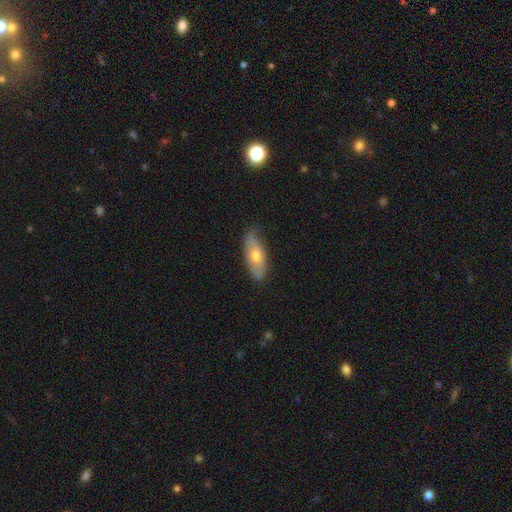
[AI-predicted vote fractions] Morphology: type=smooth (61%); roundness=in between (73%); merging=none (74%).